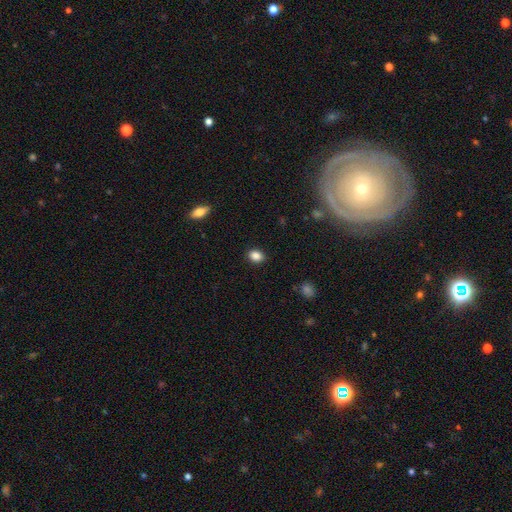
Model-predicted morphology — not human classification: A smooth galaxy with no disk features (86%) that is in between round and cigar-shaped (60%).

Vote fractions:
- Smooth or featured? smooth: 86% / star or artifact: 10% / featured or disk: 4%
- How rounded? in between: 60% / round: 38% / cigar-shaped: 1%
- Merging? none: 89% / minor disturbance: 8% / major disturbance: 2% / merger: 1%